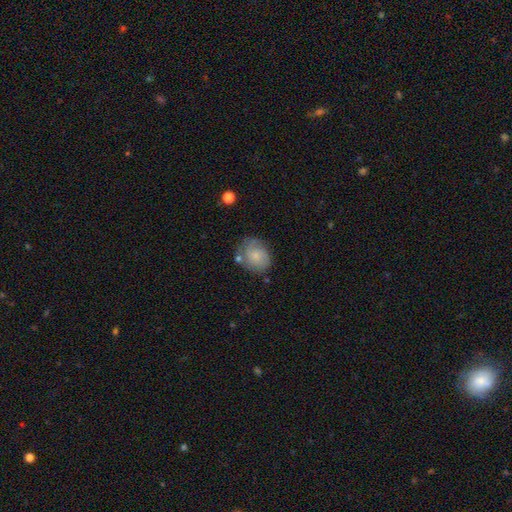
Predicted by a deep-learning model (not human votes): Overall: smooth (63%; featured or disk 29%). How rounded: round (56%; in between 43%). Merging: none (62%; minor disturbance 23%).